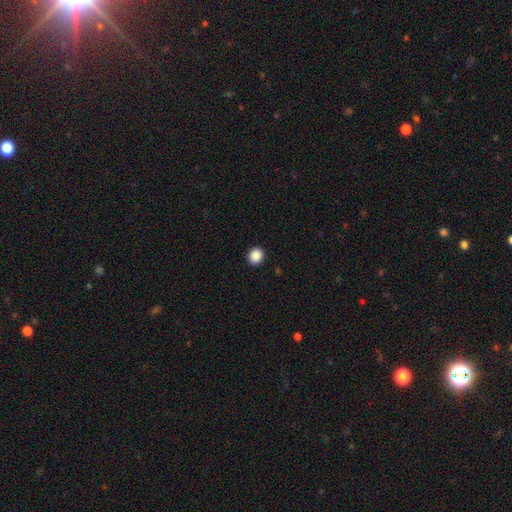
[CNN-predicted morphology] Overall: smooth (89%). How rounded: round (76%). Merging: none (92%).